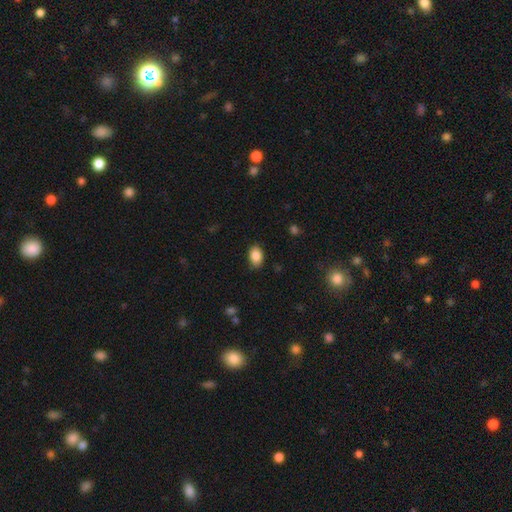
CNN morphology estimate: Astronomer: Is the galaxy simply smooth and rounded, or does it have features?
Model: smooth — 88%.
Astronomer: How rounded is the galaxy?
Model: in between — 87%.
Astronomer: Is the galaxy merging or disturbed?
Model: none — 83%.